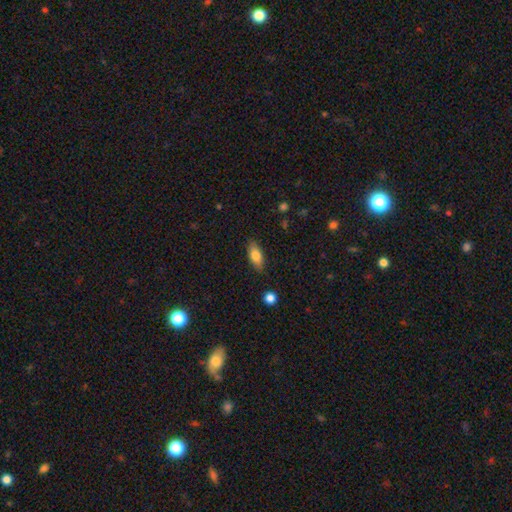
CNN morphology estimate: Smooth or featured? Predicted: smooth (p=0.79). How rounded? Predicted: in between (p=0.82). Merging? Predicted: none (p=0.86).